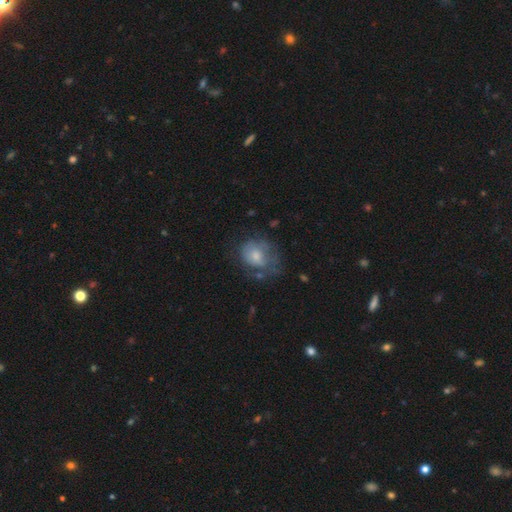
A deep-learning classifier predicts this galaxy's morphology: The model was most divided on "how rounded": round: 53%, in between: 46%, cigar-shaped: 1%. Remaining: smooth or featured — smooth (58%); merging — none (40%).